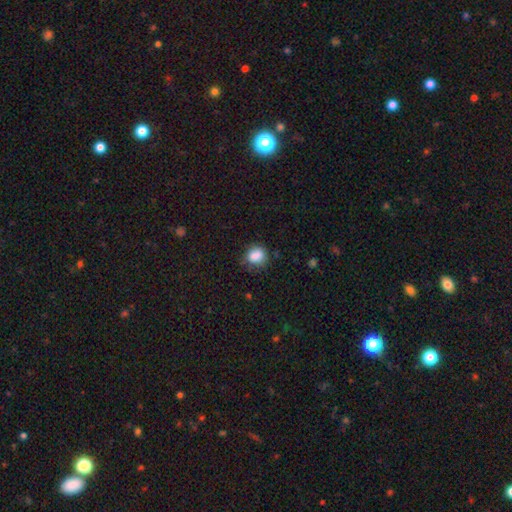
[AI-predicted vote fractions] smooth 85%, star or artifact 10%, featured or disk 5%. Down the decision tree: how rounded — round (62%); merging — none (68%).